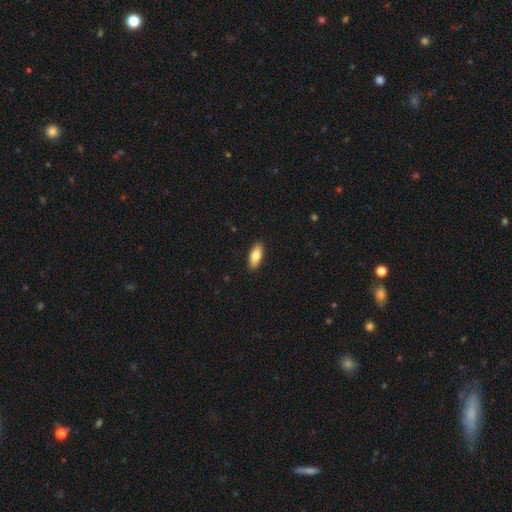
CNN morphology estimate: Smooth or featured? Predicted: smooth (p=0.80). How rounded? Predicted: in between (p=0.82). Merging? Predicted: none (p=0.90).